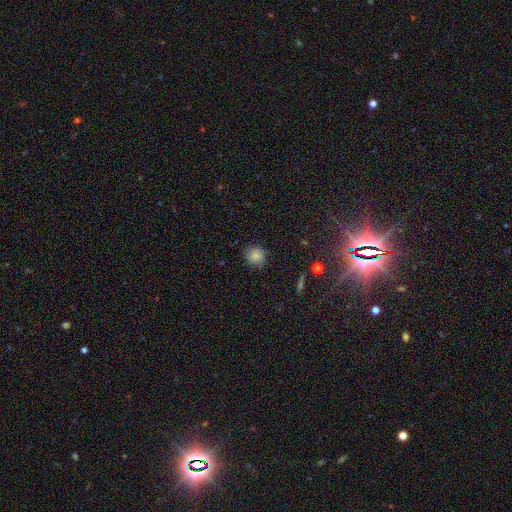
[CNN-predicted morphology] Overall: smooth (80%). How rounded: round (85%). Merging: none (80%).